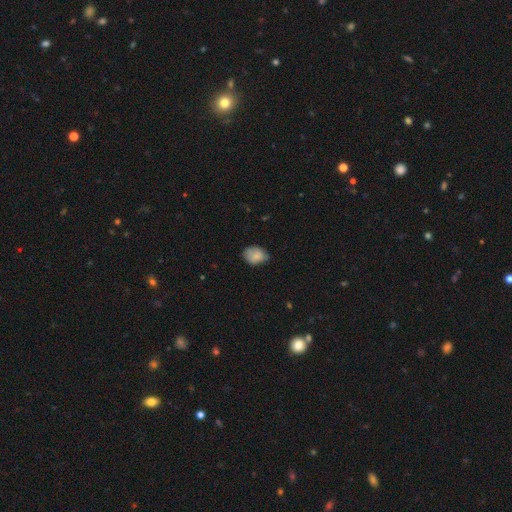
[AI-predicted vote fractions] This appears to be a smooth galaxy with no disk features (82%) that is in between round and cigar-shaped (73%). Merging: none (59%).